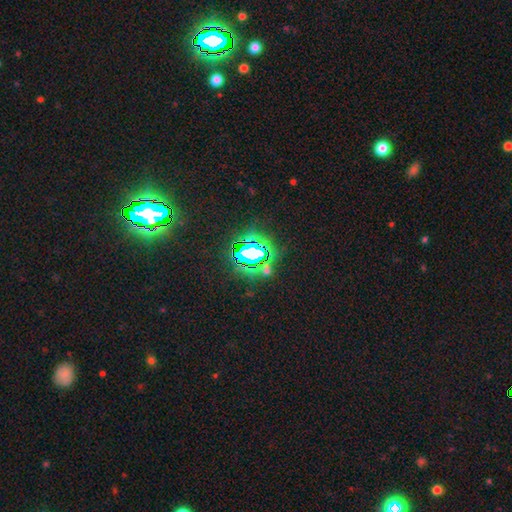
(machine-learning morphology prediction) star or artifact 78%, smooth 12%, featured or disk 10%.